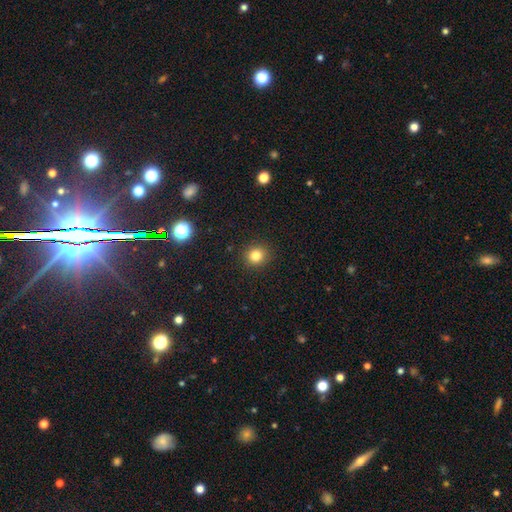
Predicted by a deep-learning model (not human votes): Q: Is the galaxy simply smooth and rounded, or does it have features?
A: smooth — 81%.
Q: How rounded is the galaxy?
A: round — 88%.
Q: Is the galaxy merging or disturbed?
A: none — 91%.